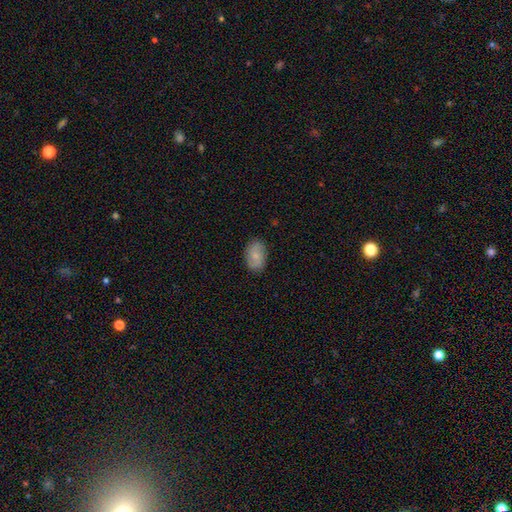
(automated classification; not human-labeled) Smooth or featured: smooth — 64% (featured or disk — 29%)
How rounded: in between — 87% (round — 12%)
Merging: none — 83% (minor disturbance — 13%)